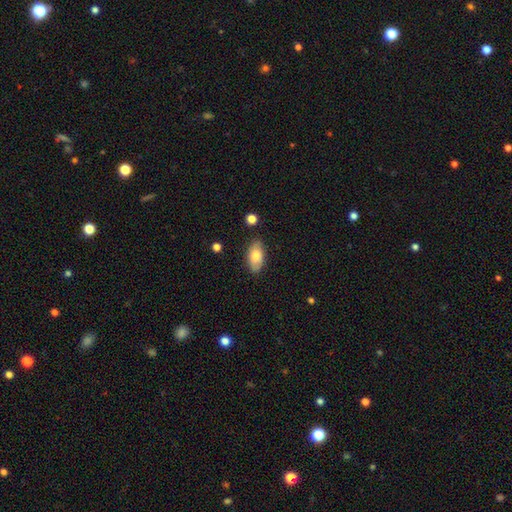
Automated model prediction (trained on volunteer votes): The model was most divided on "smooth or featured": smooth: 75%, featured or disk: 18%, star or artifact: 7%. More confident: how rounded — in between (93%); merging — none (81%).